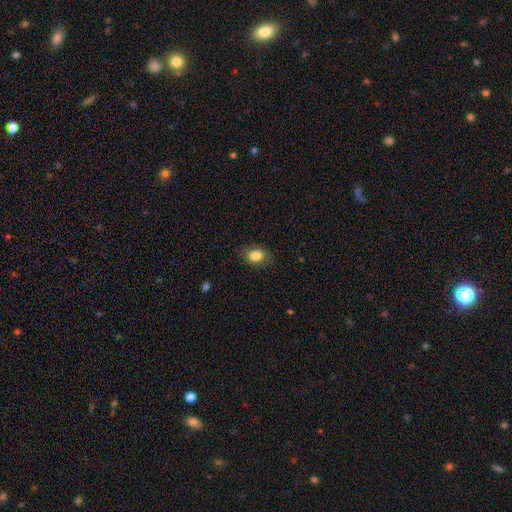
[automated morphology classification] A smooth galaxy with no disk features (84%) that is in between round and cigar-shaped (69%). Merging: none (81%).